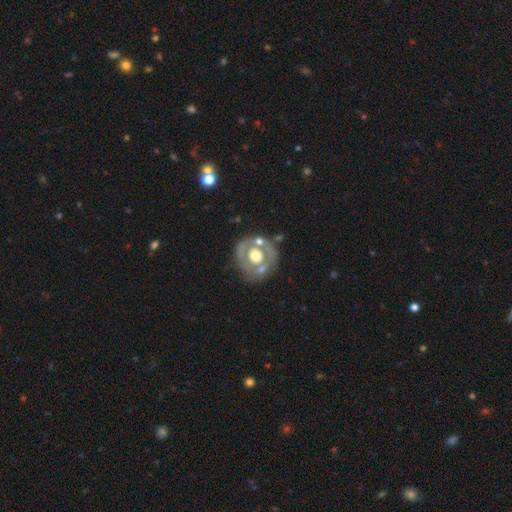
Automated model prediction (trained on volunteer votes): A featured or disk galaxy (64%) with no bar (87%), no spiral arms (78%) and a moderate central bulge (52%).

Vote fractions:
- Smooth or featured? featured or disk: 64% / smooth: 30% / star or artifact: 6%
- Edge-on disk? no: 96% / yes: 4%
- Bar? no: 87% / weak: 10% / strong: 4%
- Spiral arms? no: 78% / yes: 22%
- Bulge size? moderate: 52% / large: 40% / small: 4% / dominant: 3% / none: 1%
- Merging? none: 67% / minor disturbance: 17% / major disturbance: 9% / merger: 7%